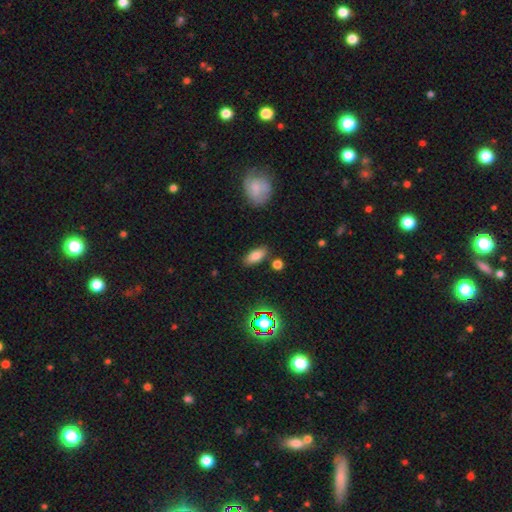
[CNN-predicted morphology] Smooth or featured? Predicted: smooth (p=0.79). How rounded? Predicted: in between (p=0.83). Merging? Predicted: none (p=0.83).